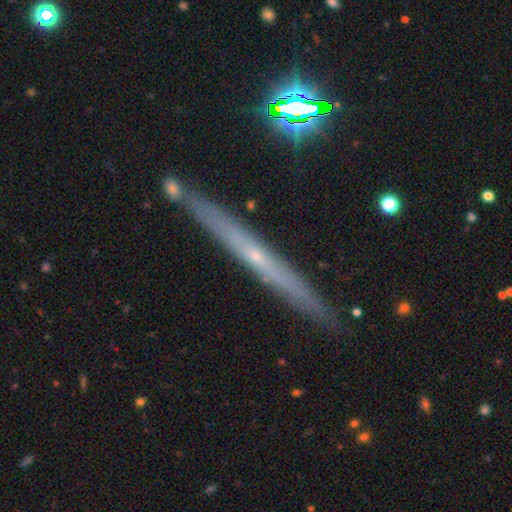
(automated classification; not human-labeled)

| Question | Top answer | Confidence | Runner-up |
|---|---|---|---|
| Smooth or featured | featured or disk | 70% | smooth (21%) |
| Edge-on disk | yes | 96% | no (4%) |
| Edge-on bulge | none | 61% | rounded (36%) |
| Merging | none | 89% | minor disturbance (8%) |